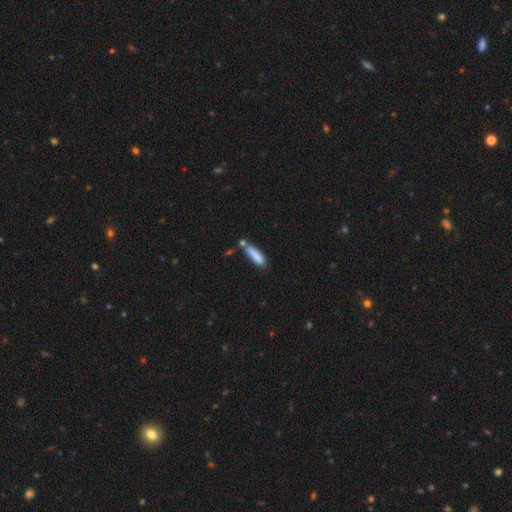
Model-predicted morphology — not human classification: smooth_or_featured: smooth (p=0.83) [alt: featured or disk p=0.10]
how_rounded: cigar-shaped (p=0.65) [alt: in between p=0.34]
merging: none (p=0.52) [alt: minor disturbance p=0.21]